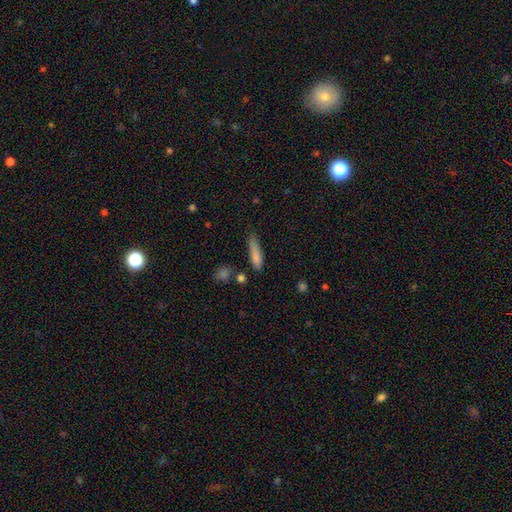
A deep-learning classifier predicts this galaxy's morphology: smooth 81%, featured or disk 11%, star or artifact 8%. Down the decision tree: how rounded — cigar-shaped (73%); merging — none (63%).